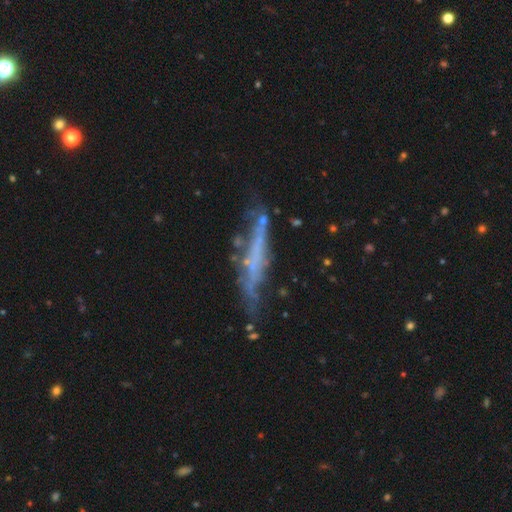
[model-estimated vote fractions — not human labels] Morphology: type=featured or disk (61%); edge-on=yes (68%); merging=none (53%).